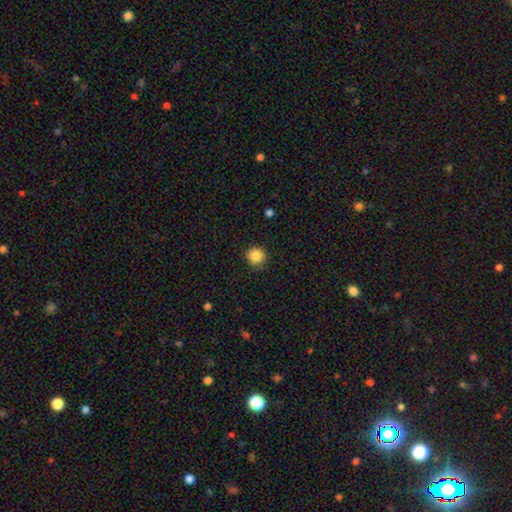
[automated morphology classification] smooth_or_featured: smooth (p=0.86) [alt: star or artifact p=0.10]
how_rounded: round (p=0.93) [alt: in between p=0.06]
merging: none (p=0.88) [alt: minor disturbance p=0.09]